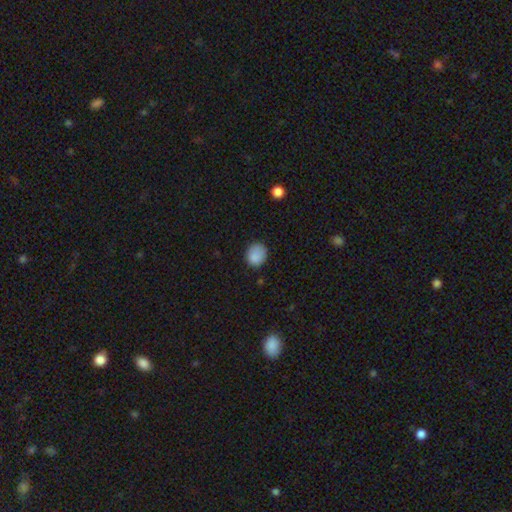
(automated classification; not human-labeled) smooth 86%, star or artifact 9%, featured or disk 5%. Down the decision tree: how rounded — round (67%); merging — none (74%).